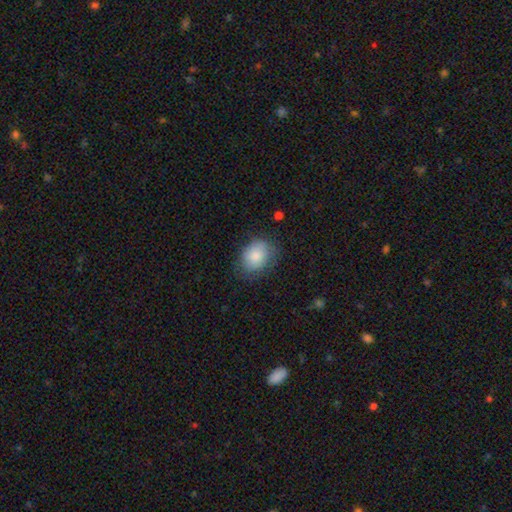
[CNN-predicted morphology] Smooth or featured?
  - smooth: 83% *
  - featured or disk: 10%
  - star or artifact: 7%
How rounded?
  - in between: 58% *
  - round: 41%
  - cigar-shaped: 1%
Merging?
  - none: 69% *
  - minor disturbance: 23%
  - major disturbance: 7%
  - merger: 1%